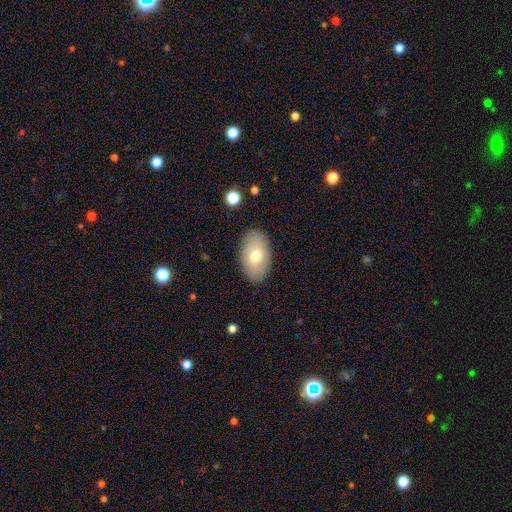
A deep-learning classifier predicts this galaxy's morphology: smooth_or_featured: smooth (p=0.68) [alt: featured or disk p=0.25]
how_rounded: in between (p=0.92) [alt: round p=0.06]
merging: none (p=0.87) [alt: minor disturbance p=0.10]